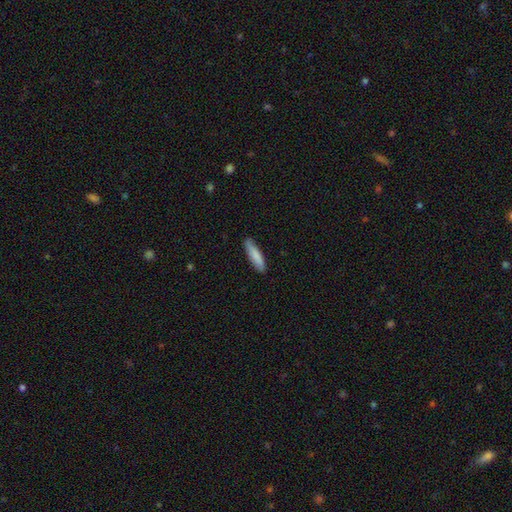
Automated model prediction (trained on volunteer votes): smooth 82%, featured or disk 12%, star or artifact 5%. Down the decision tree: how rounded — cigar-shaped (74%); merging — none (85%).